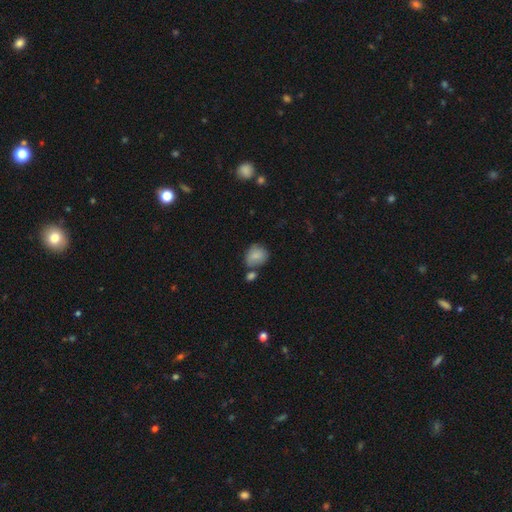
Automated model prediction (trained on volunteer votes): smooth-or-featured: smooth: 83% | featured or disk: 9% | star or artifact: 8%
  how-rounded: round: 70% | in between: 29% | cigar-shaped: 1%
  merging: none: 55% | merger: 20% | minor disturbance: 19% | major disturbance: 6%